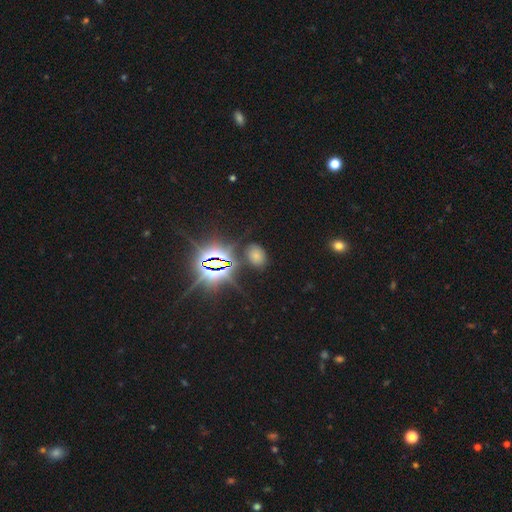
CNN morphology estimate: Smooth or featured: smooth — 51% (star or artifact — 41%)
How rounded: in between — 74% (round — 24%)
Merging: none — 80% (minor disturbance — 12%)